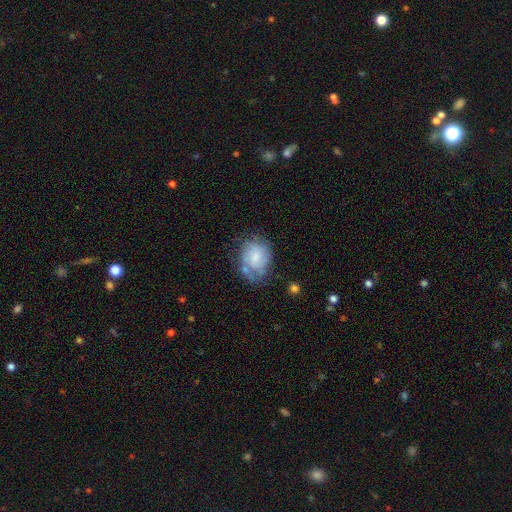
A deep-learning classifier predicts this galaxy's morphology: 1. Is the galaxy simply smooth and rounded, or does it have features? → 51% featured or disk, 40% smooth, 8% star or artifact.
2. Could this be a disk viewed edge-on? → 97% no, 3% yes.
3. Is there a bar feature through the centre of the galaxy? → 61% no, 34% weak, 6% strong.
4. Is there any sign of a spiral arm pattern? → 77% yes, 23% no.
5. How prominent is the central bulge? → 38% small, 30% moderate, 21% none, 8% large, 2% dominant.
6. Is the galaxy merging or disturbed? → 47% none, 28% minor disturbance, 17% major disturbance, 7% merger.